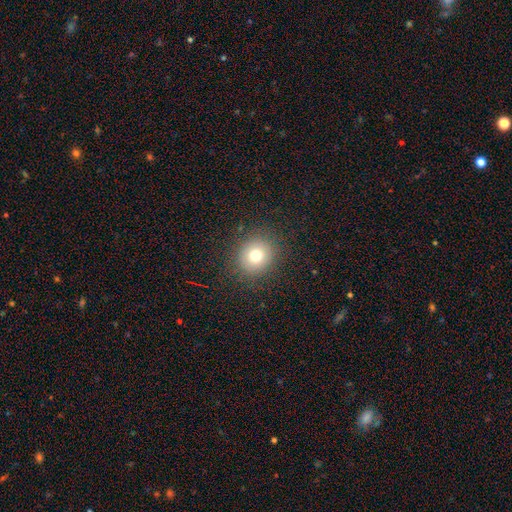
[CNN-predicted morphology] This appears to be a smooth galaxy with no disk features (74%) that is round (84%). Merging: none (88%).